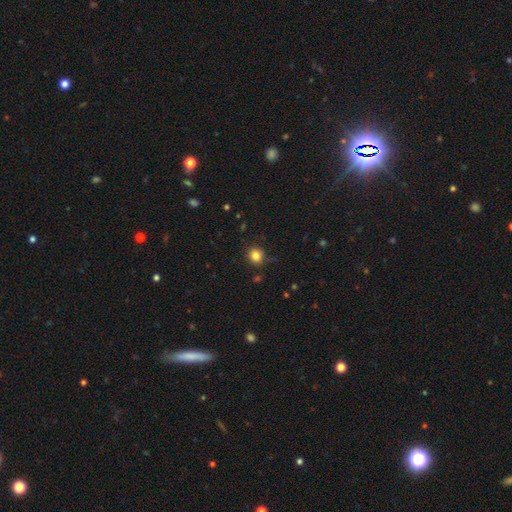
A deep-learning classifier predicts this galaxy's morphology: A smooth galaxy with no disk features (82%) that is round (86%). Merging: none (85%).